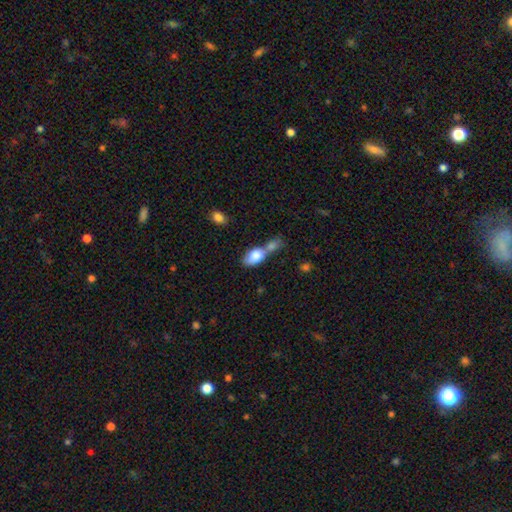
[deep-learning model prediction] This appears to be a smooth galaxy with no disk features (79%) that is in between round and cigar-shaped (85%). Merging: merger (62%).